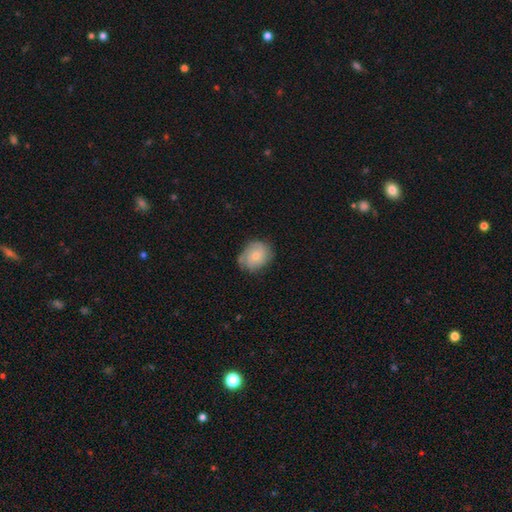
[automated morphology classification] smooth-or-featured: smooth: 53% | featured or disk: 40% | star or artifact: 7%
  how-rounded: round: 62% | in between: 37% | cigar-shaped: 1%
  merging: none: 63% | minor disturbance: 27% | major disturbance: 8% | merger: 2%